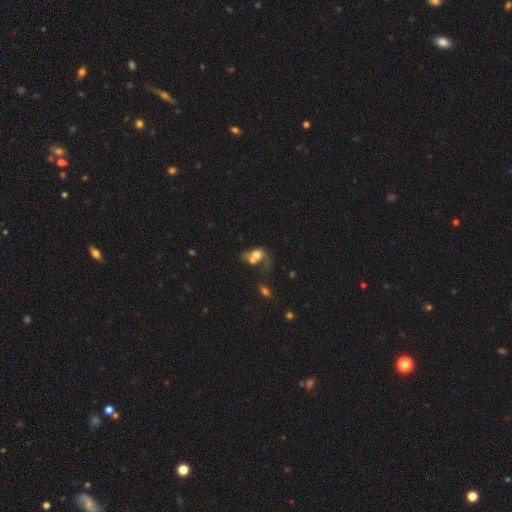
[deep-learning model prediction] smooth_or_featured: smooth (p=0.53) [alt: featured or disk p=0.36]
how_rounded: in between (p=0.60) [alt: round p=0.38]
merging: merger (p=0.61) [alt: major disturbance p=0.18]